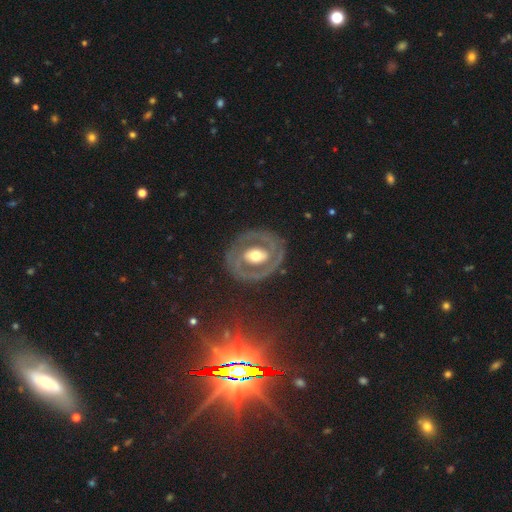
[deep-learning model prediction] Smooth or featured? Predicted: featured or disk (p=0.77). Edge-on disk? Predicted: no (p=0.96). Bar? Predicted: no (p=0.42). Spiral arms? Predicted: yes (p=0.56). Bulge size? Predicted: moderate (p=0.67). Merging? Predicted: none (p=0.77).